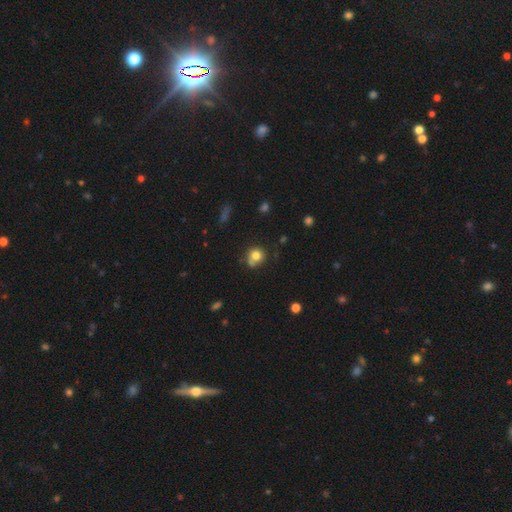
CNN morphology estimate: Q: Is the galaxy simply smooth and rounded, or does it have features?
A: smooth — 78%.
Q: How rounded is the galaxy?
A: round — 84%.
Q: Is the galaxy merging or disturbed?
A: none — 60%.